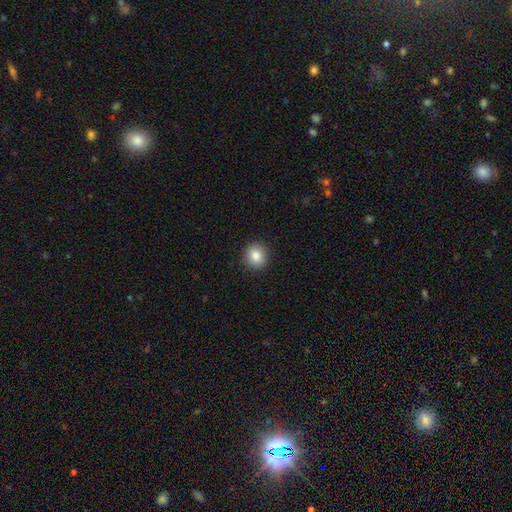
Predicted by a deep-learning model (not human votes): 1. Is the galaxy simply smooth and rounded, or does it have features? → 85% smooth, 9% star or artifact, 5% featured or disk.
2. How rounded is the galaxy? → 87% round, 12% in between, 1% cigar-shaped.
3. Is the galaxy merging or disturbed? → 91% none, 6% minor disturbance, 2% major disturbance, 1% merger.